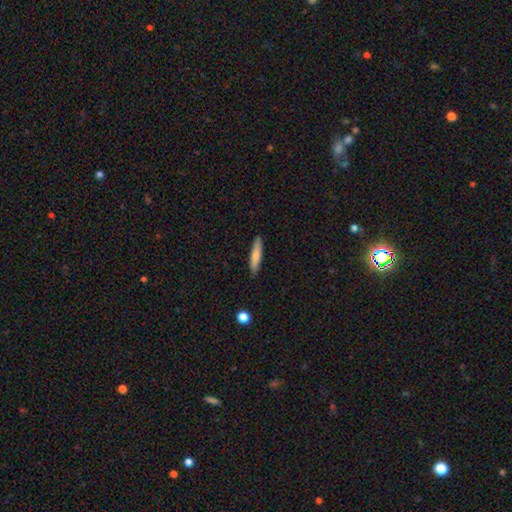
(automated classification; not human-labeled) smooth-or-featured: smooth: 76% | featured or disk: 18% | star or artifact: 6%
  how-rounded: cigar-shaped: 87% | in between: 12% | round: 1%
  merging: none: 90% | minor disturbance: 7% | major disturbance: 2% | merger: 1%